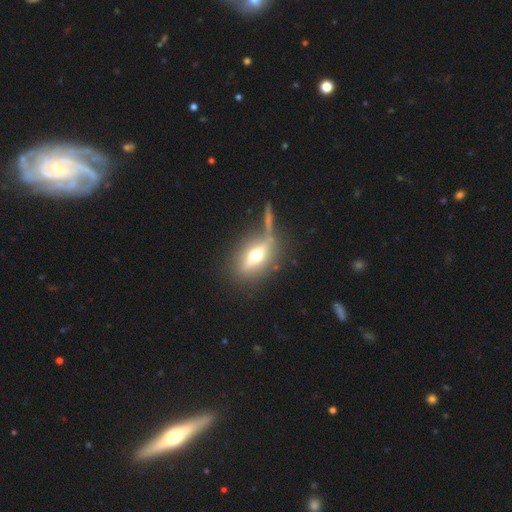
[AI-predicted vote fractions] Smooth or featured? Predicted: featured or disk (p=0.53). Edge-on disk? Predicted: yes (p=0.73). Merging? Predicted: none (p=0.67).